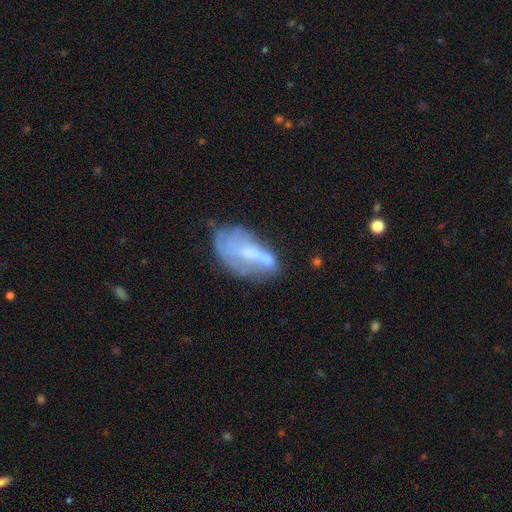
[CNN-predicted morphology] Q: Smooth or featured?
A: featured or disk (48%); runner-up: smooth (42%)
Q: Merging?
A: none (39%); runner-up: minor disturbance (28%)